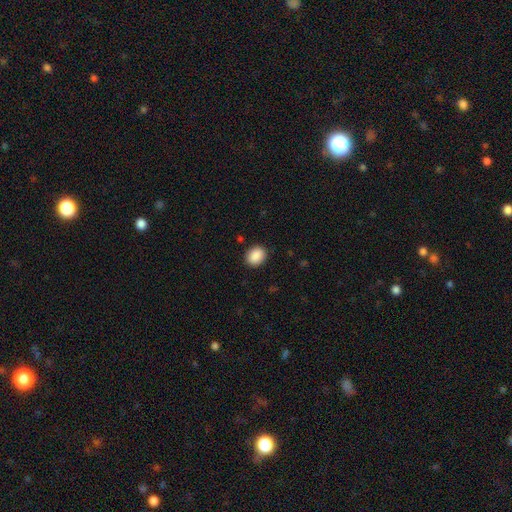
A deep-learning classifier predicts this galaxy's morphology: A smooth galaxy with no disk features (89%) that is round (54%). Merging: none (90%).